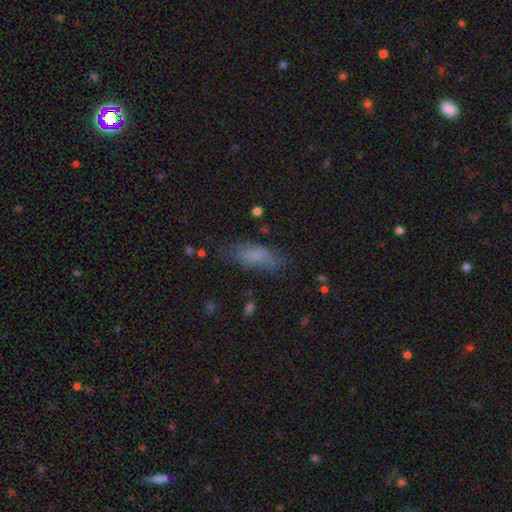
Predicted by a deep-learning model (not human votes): smooth-or-featured: smooth: 75% | featured or disk: 15% | star or artifact: 10%
  how-rounded: in between: 69% | cigar-shaped: 28% | round: 2%
  merging: none: 65% | minor disturbance: 23% | major disturbance: 10% | merger: 2%